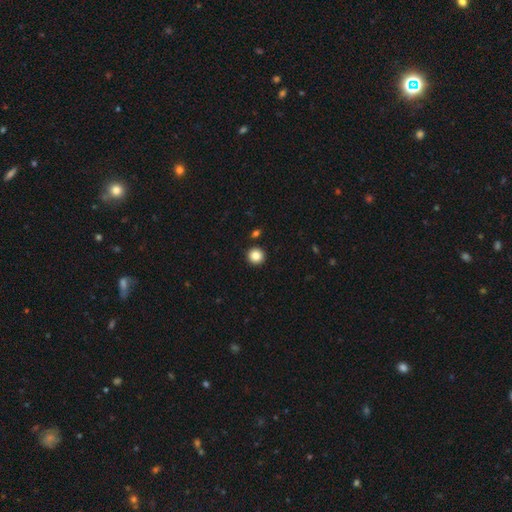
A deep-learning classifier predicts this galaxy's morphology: The model was most divided on "smooth or featured": smooth: 86%, star or artifact: 10%, featured or disk: 4%. More confident: how rounded — round (94%); merging — none (91%).